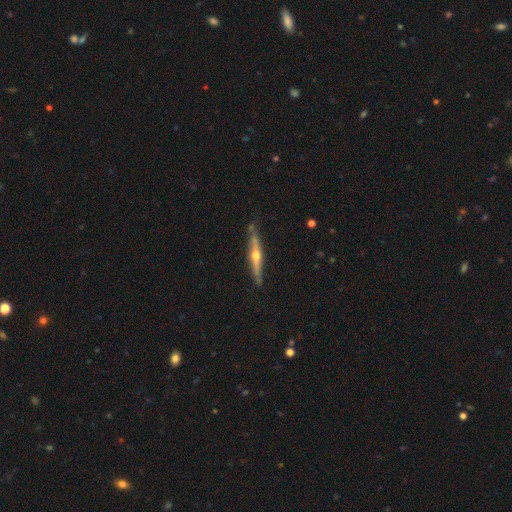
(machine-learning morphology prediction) A featured or disk galaxy (73%) viewed edge-on (96%) with a rounded central bulge (92%).

Vote fractions:
- Smooth or featured? featured or disk: 73% / smooth: 21% / star or artifact: 5%
- Edge-on disk? yes: 96% / no: 4%
- Edge-on bulge? rounded: 92% / none: 6% / boxy: 2%
- Merging? none: 81% / minor disturbance: 14% / merger: 3% / major disturbance: 2%